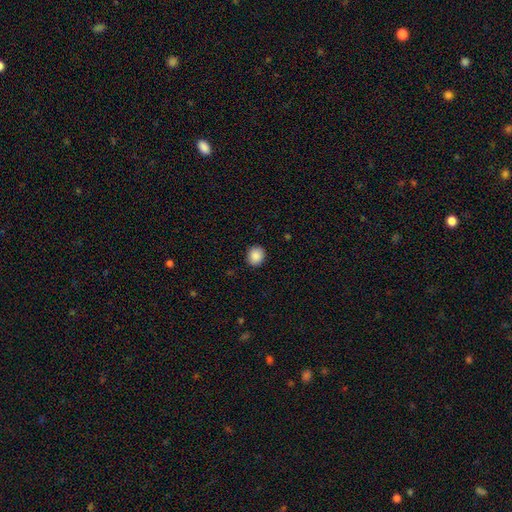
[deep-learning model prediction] Smooth or featured? smooth (88%)
How rounded? round (76%)
Merging? none (90%)